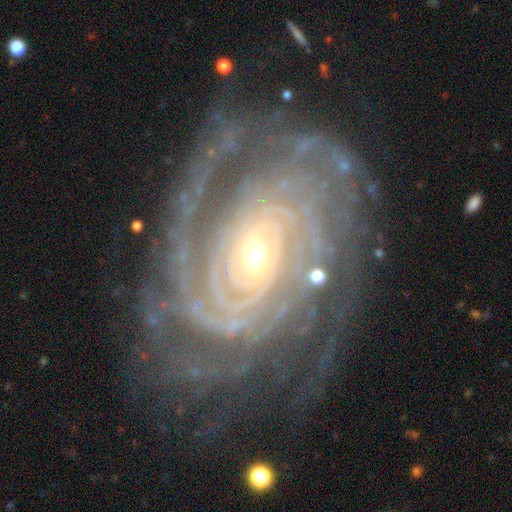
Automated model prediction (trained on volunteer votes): Smooth or featured: featured or disk — 91% (star or artifact — 5%)
Edge-on disk: no — 97% (yes — 3%)
Bar: no — 57% (weak — 28%)
Spiral arms: yes — 98% (no — 2%)
Spiral winding: tight — 79% (medium — 18%)
Spiral arm count: can't tell — 23% (4 — 20%)
Bulge size: small — 73% (moderate — 22%)
Merging: none — 75% (minor disturbance — 16%)